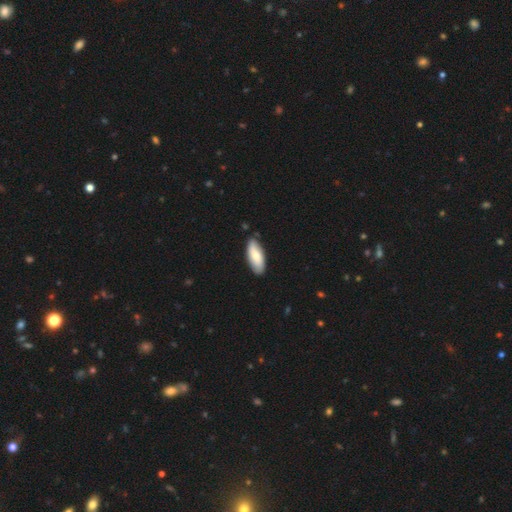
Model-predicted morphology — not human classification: A smooth galaxy with no disk features (73%) that is in between round and cigar-shaped (80%).

Vote fractions:
- Smooth or featured? smooth: 73% / featured or disk: 22% / star or artifact: 5%
- How rounded? in between: 80% / cigar-shaped: 18% / round: 2%
- Merging? none: 83% / minor disturbance: 13% / major disturbance: 2% / merger: 2%